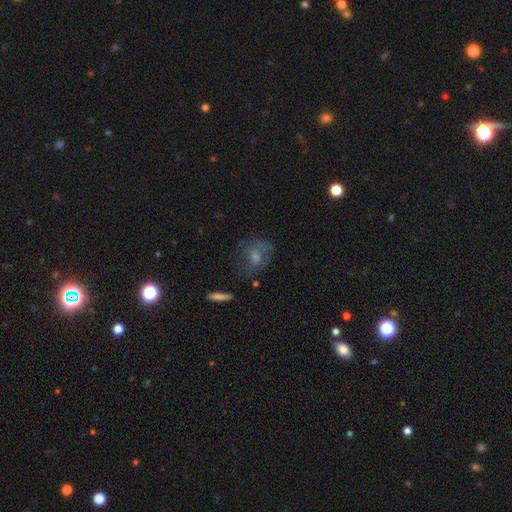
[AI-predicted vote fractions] Smooth or featured?
  - smooth: 47% *
  - featured or disk: 40%
  - star or artifact: 13%
Merging?
  - none: 50% *
  - major disturbance: 24%
  - minor disturbance: 22%
  - merger: 3%